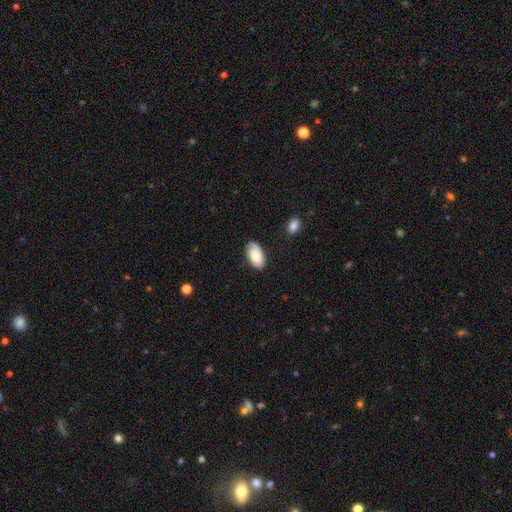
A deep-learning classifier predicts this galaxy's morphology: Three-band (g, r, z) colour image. It shows a smooth galaxy with no disk features (64%) that is in between round and cigar-shaped (94%). Merging: none (72%).